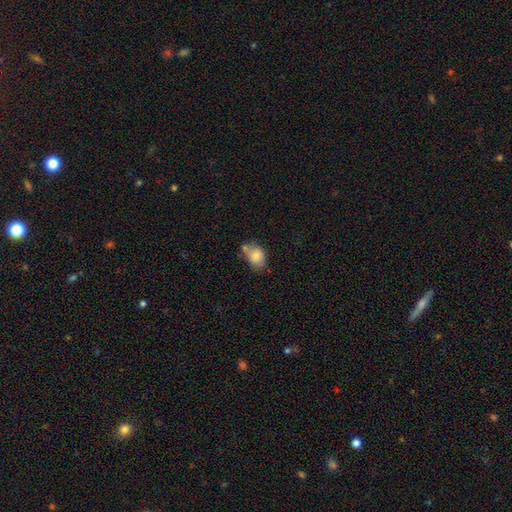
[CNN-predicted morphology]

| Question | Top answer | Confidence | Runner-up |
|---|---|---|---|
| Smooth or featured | smooth | 80% | featured or disk (12%) |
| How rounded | in between | 67% | round (32%) |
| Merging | none | 46% | minor disturbance (27%) |